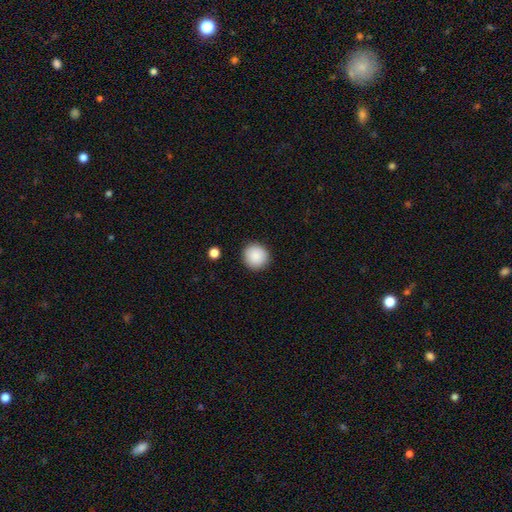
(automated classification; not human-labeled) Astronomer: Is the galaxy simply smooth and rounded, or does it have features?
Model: smooth — 89%.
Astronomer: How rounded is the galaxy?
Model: round — 94%.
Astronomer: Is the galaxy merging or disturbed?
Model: none — 91%.